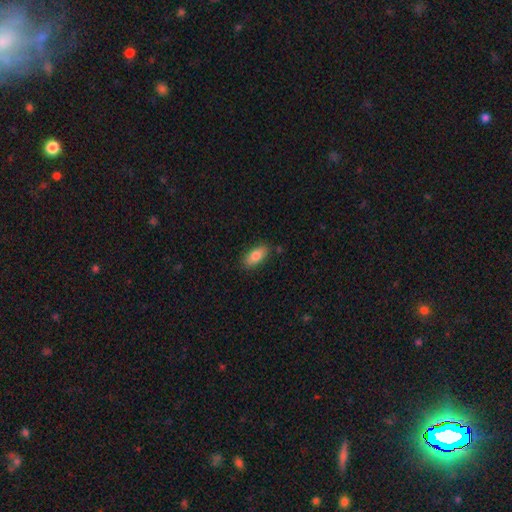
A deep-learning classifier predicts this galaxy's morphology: This appears to be a smooth galaxy with no disk features (81%) that is in between round and cigar-shaped (87%). Merging: none (84%).